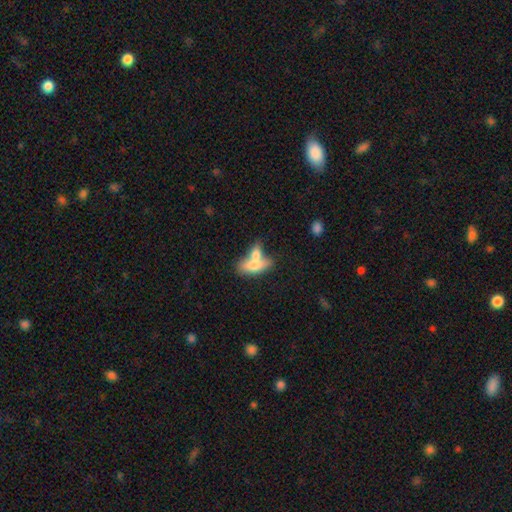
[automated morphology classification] A smooth galaxy with no disk features (71%) that is in between round and cigar-shaped (76%). Merging: merger (60%).